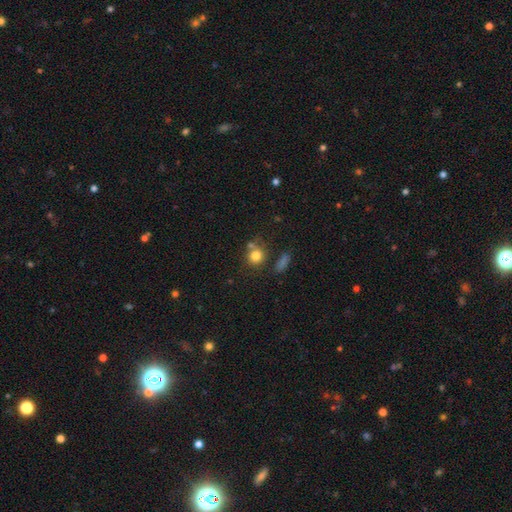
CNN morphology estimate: This appears to be a smooth galaxy with no disk features (79%) that is round (79%). Merging: none (61%).